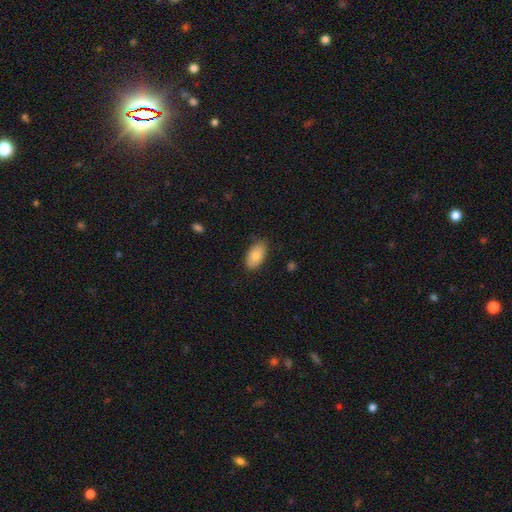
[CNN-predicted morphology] Overall: smooth (83%). How rounded: in between (94%). Merging: none (83%).